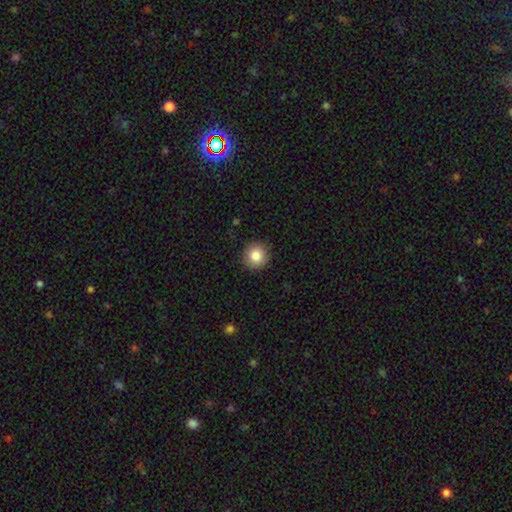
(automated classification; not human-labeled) This is clearly a smooth galaxy (84%). How rounded: clearly round (94%). Merging: clearly none (91%).